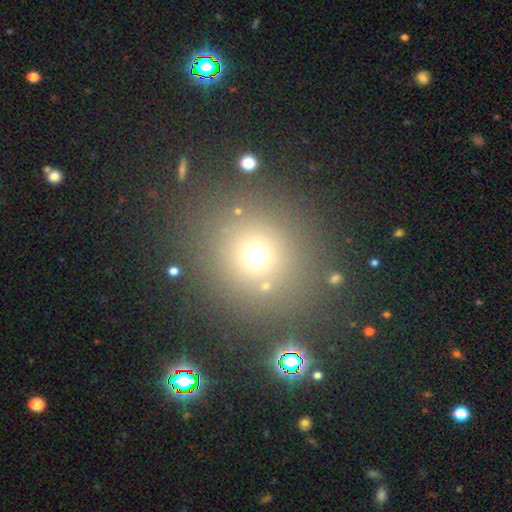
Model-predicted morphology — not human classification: smooth-or-featured: smooth: 66% | star or artifact: 25% | featured or disk: 9%
  how-rounded: round: 88% | in between: 11% | cigar-shaped: 1%
  merging: none: 81% | minor disturbance: 8% | merger: 6% | major disturbance: 5%